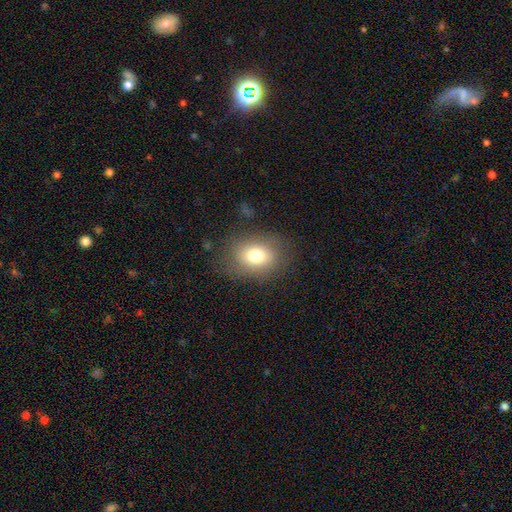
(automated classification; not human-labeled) Morphology: type=smooth (76%); roundness=in between (59%); merging=none (77%).